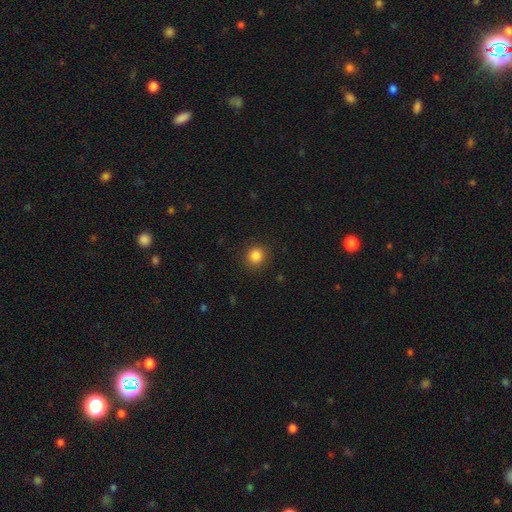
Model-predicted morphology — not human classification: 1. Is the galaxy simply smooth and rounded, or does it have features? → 84% smooth, 12% star or artifact, 4% featured or disk.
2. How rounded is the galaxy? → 88% round, 11% in between, 1% cigar-shaped.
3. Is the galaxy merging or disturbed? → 90% none, 7% minor disturbance, 2% major disturbance, 1% merger.